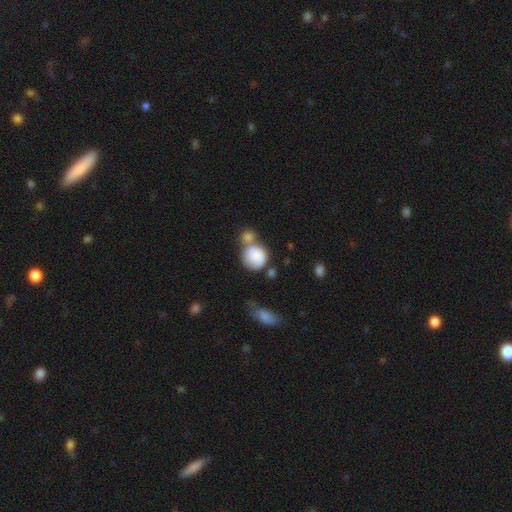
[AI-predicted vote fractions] Smooth or featured? smooth (82%)
How rounded? round (78%)
Merging? merger (53%)